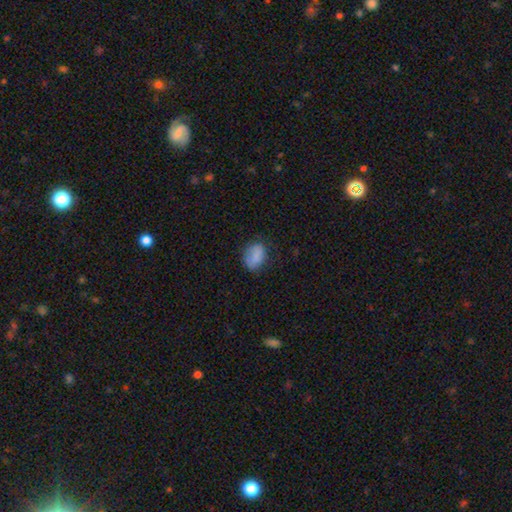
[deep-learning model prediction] The model was most divided on "merging": none: 69%, minor disturbance: 23%, major disturbance: 7%, merger: 1%. More confident: smooth or featured — smooth (83%); how rounded — in between (75%).